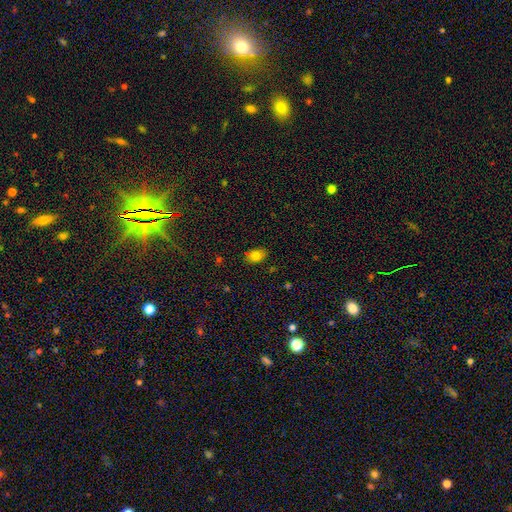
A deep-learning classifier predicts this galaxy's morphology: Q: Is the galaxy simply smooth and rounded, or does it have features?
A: smooth — 80%.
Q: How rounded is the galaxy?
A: in between — 80%.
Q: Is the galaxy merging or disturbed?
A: none — 81%.